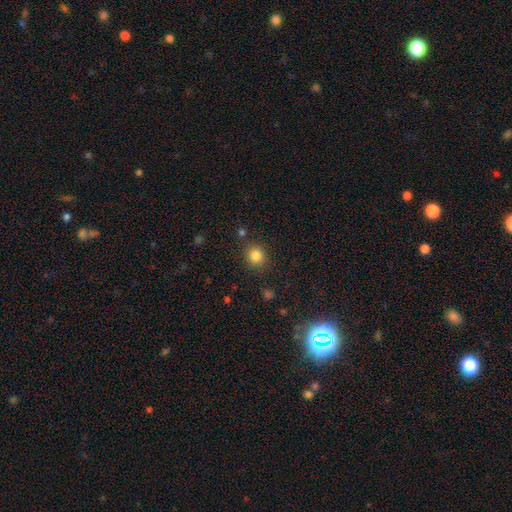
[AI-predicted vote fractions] Morphology: type=smooth (83%); roundness=round (85%); merging=none (85%).